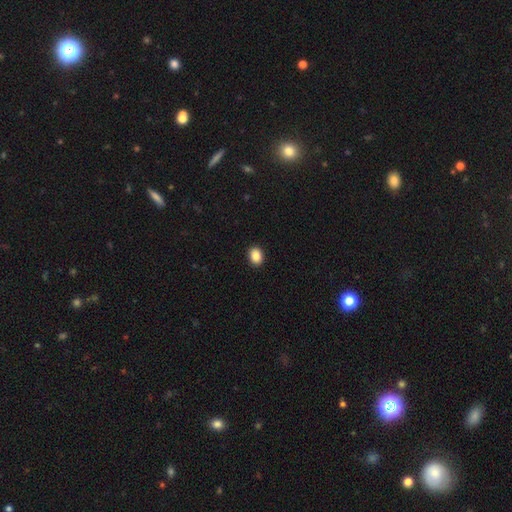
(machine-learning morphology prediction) Smooth or featured? Predicted: smooth (p=0.88). How rounded? Predicted: in between (p=0.61). Merging? Predicted: none (p=0.92).